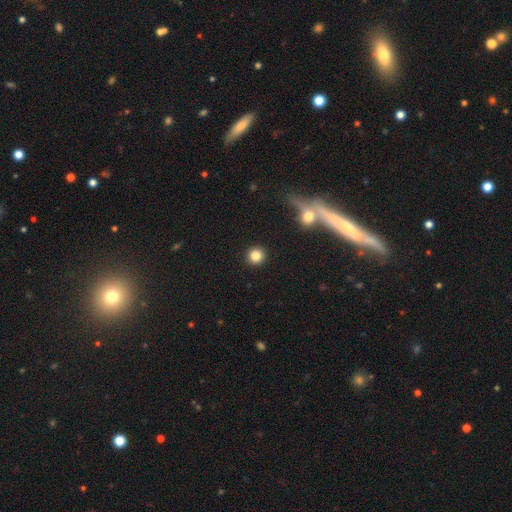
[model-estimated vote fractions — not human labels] Smooth or featured: smooth — 84% (star or artifact — 11%)
How rounded: round — 94% (in between — 5%)
Merging: none — 92% (minor disturbance — 4%)